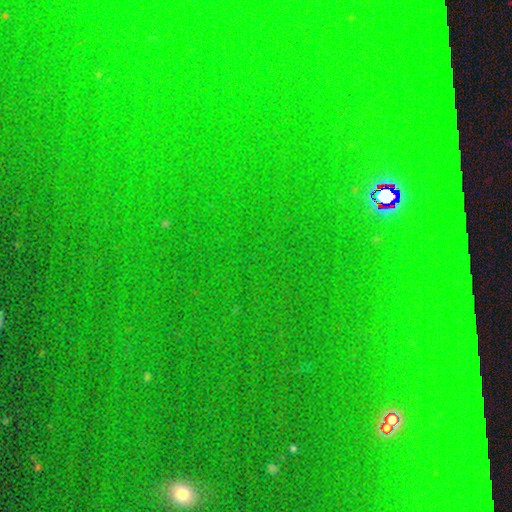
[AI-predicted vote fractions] Smooth or featured? star or artifact (78%)